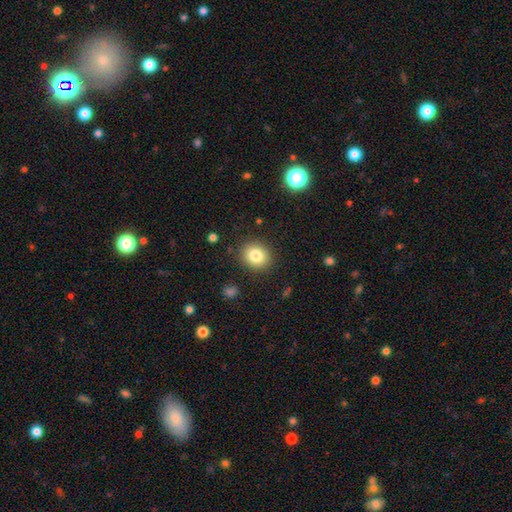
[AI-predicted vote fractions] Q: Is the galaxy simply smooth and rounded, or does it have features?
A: smooth — 82%.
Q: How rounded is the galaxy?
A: round — 75%.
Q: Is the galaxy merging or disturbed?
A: none — 88%.